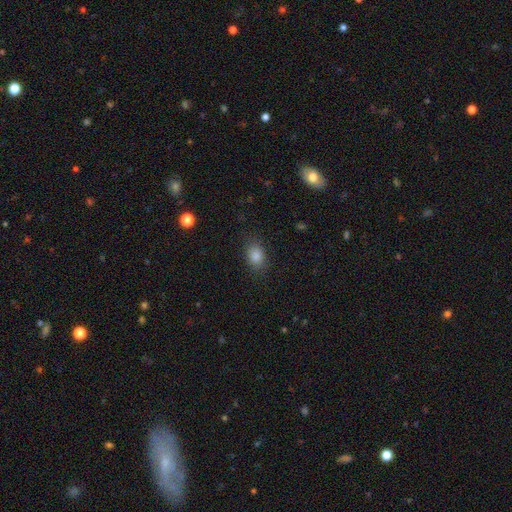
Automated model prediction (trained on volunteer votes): smooth 83%, star or artifact 12%, featured or disk 6%. Down the decision tree: how rounded — in between (72%); merging — none (84%).